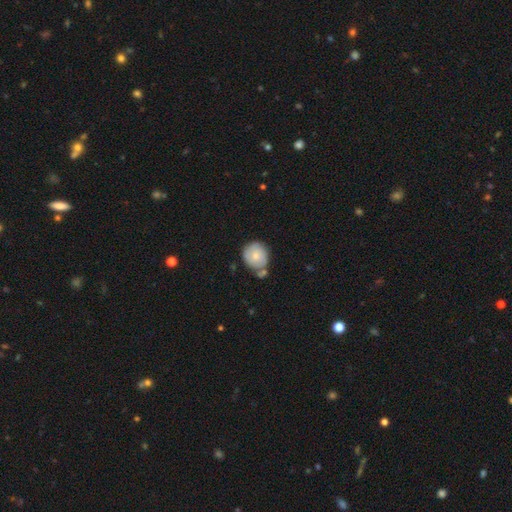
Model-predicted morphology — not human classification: Smooth or featured? Predicted: smooth (p=0.73). How rounded? Predicted: round (p=0.84). Merging? Predicted: none (p=0.57).